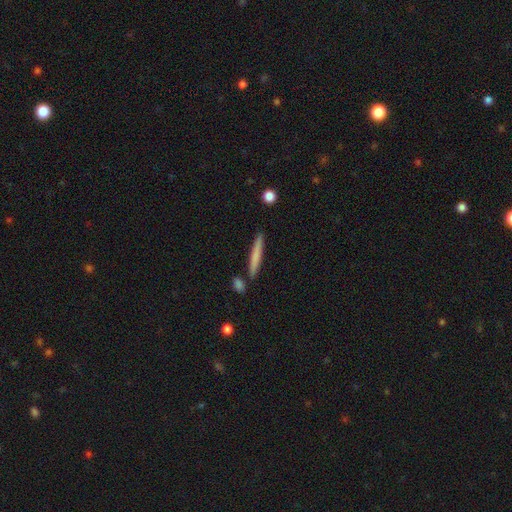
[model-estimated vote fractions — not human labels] Smooth or featured?
  - smooth: 69% *
  - featured or disk: 25%
  - star or artifact: 6%
How rounded?
  - cigar-shaped: 95% *
  - in between: 3%
  - round: 1%
Merging?
  - none: 85% *
  - minor disturbance: 9%
  - merger: 5%
  - major disturbance: 2%